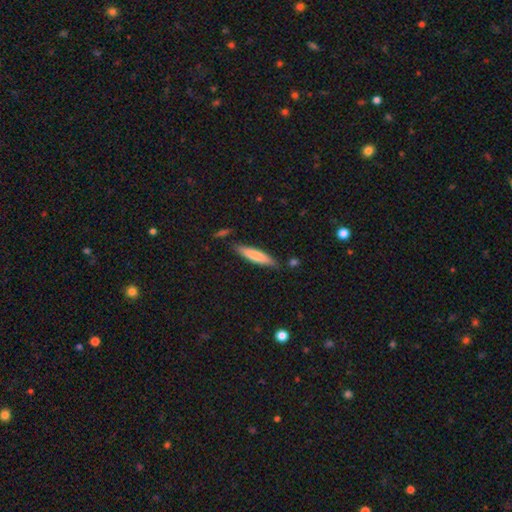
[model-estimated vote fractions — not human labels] A smooth galaxy with no disk features (78%) that is cigar-shaped (81%).

Vote fractions:
- Smooth or featured? smooth: 78% / featured or disk: 17% / star or artifact: 5%
- How rounded? cigar-shaped: 81% / in between: 17% / round: 1%
- Merging? none: 80% / minor disturbance: 15% / merger: 3% / major disturbance: 3%